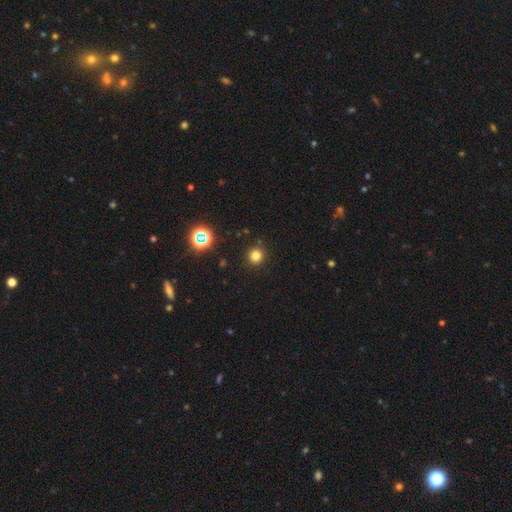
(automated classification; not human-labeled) This appears to be a smooth galaxy with no disk features (78%) that is round (94%). Merging: none (90%).